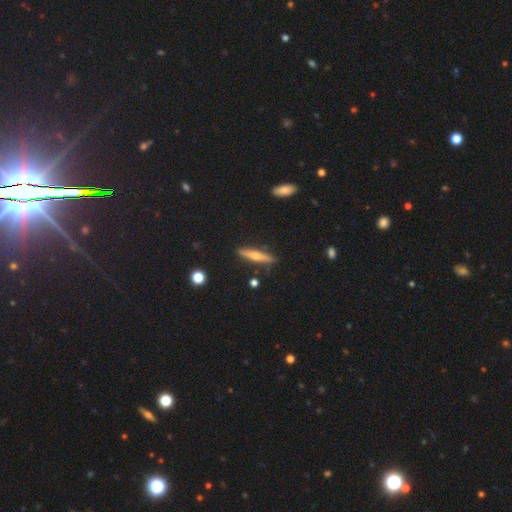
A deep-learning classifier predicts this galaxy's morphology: smooth-or-featured: smooth: 49% | featured or disk: 45% | star or artifact: 7%
  merging: none: 88% | minor disturbance: 8% | merger: 2% | major disturbance: 2%